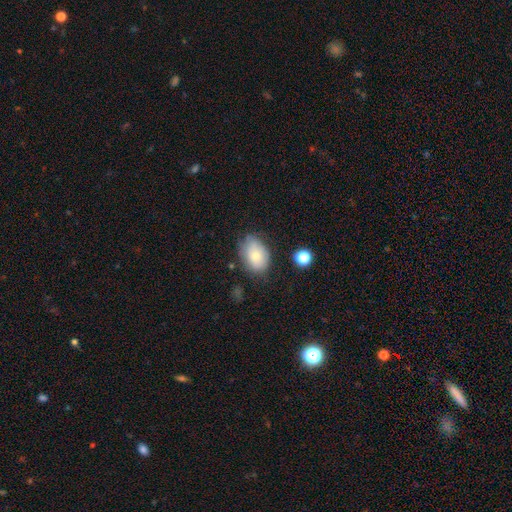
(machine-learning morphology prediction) smooth-or-featured: smooth: 73% | featured or disk: 18% | star or artifact: 9%
  how-rounded: in between: 81% | round: 18% | cigar-shaped: 1%
  merging: none: 67% | minor disturbance: 23% | major disturbance: 6% | merger: 3%